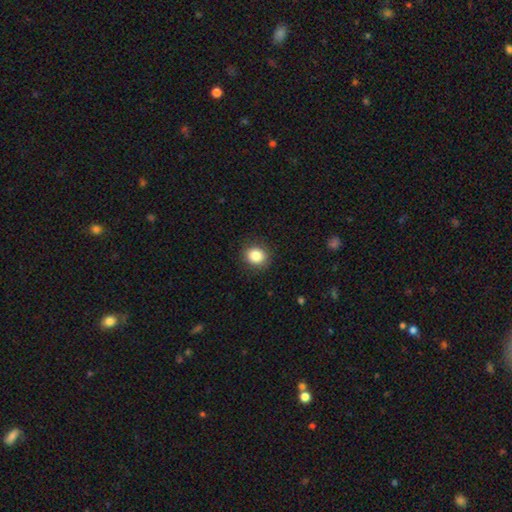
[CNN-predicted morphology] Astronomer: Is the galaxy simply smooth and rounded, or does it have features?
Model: smooth — 86%.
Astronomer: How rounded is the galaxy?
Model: round — 78%.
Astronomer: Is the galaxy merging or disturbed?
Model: none — 90%.